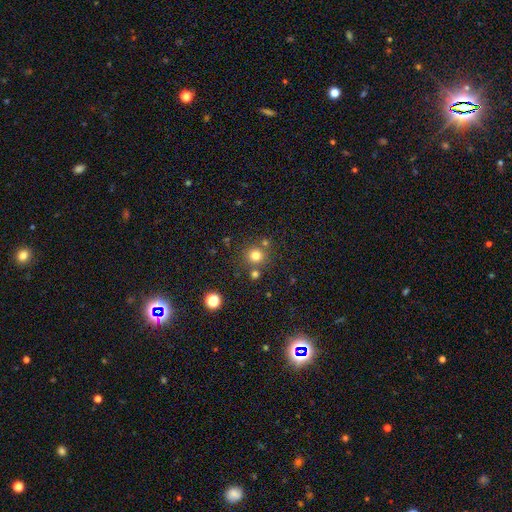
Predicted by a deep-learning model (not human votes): Smooth or featured?
  - smooth: 77% *
  - star or artifact: 16%
  - featured or disk: 7%
How rounded?
  - round: 93% *
  - in between: 6%
  - cigar-shaped: 1%
Merging?
  - none: 77% *
  - merger: 12%
  - minor disturbance: 8%
  - major disturbance: 3%